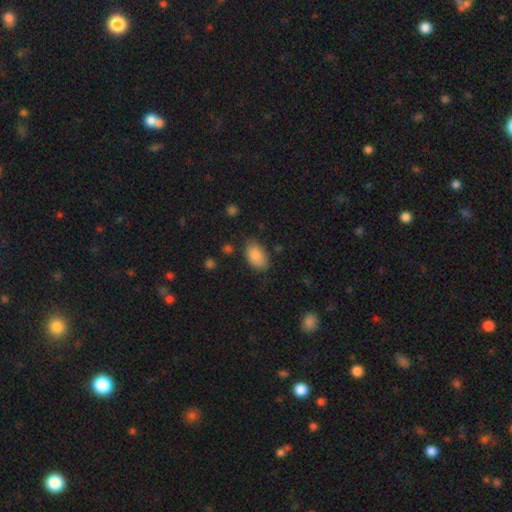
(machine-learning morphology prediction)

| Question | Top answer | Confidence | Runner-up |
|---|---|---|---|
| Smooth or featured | smooth | 86% | star or artifact (7%) |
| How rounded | in between | 92% | round (7%) |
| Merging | none | 74% | minor disturbance (19%) |